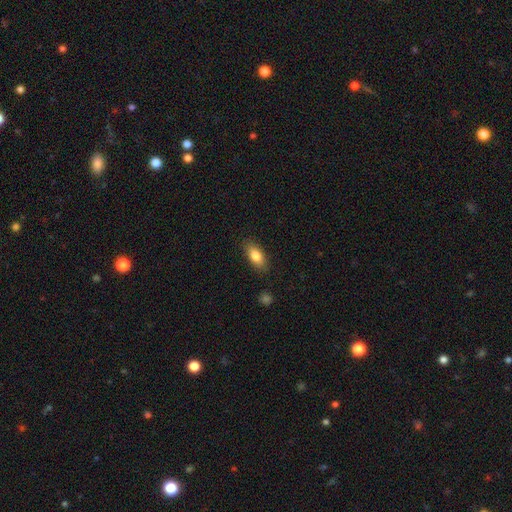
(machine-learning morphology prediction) smooth 83%, featured or disk 10%, star or artifact 7%. Down the decision tree: how rounded — in between (85%); merging — none (86%).